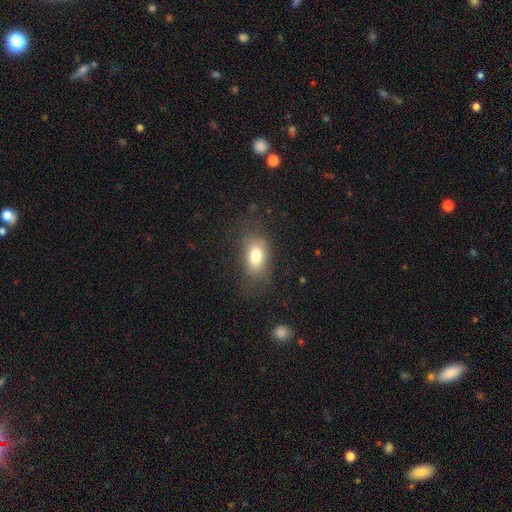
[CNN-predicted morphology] smooth-or-featured: smooth: 77% | featured or disk: 13% | star or artifact: 10%
  how-rounded: in between: 85% | round: 13% | cigar-shaped: 2%
  merging: none: 64% | minor disturbance: 21% | major disturbance: 14% | merger: 2%